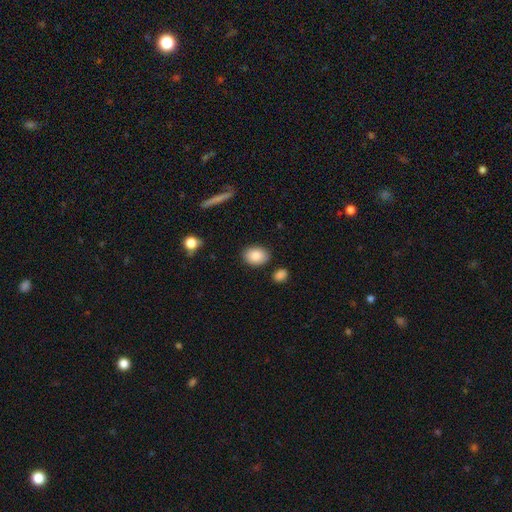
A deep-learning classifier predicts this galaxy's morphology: Overall: smooth (87%). How rounded: in between (69%; round 29%). Merging: none (85%).